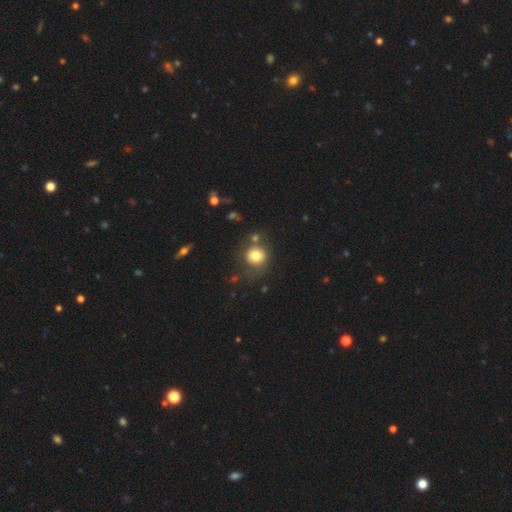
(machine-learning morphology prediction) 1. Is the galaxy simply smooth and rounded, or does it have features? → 78% smooth, 12% featured or disk, 10% star or artifact.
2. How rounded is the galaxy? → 87% round, 13% in between, 1% cigar-shaped.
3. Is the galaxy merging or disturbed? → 67% none, 16% minor disturbance, 9% merger, 8% major disturbance.